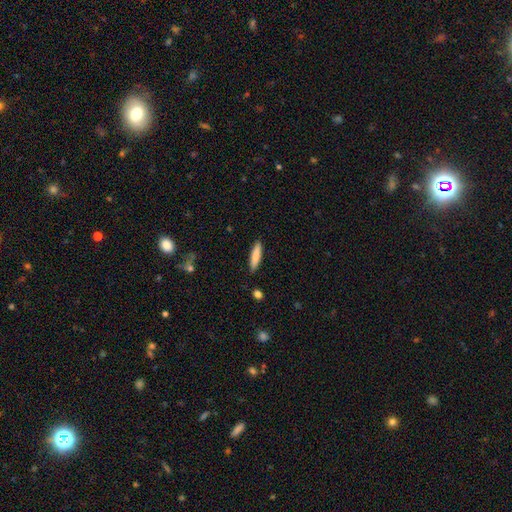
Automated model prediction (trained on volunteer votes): Q: Smooth or featured?
A: smooth (82%); runner-up: featured or disk (12%)
Q: How rounded?
A: cigar-shaped (81%); runner-up: in between (18%)
Q: Merging?
A: none (89%); runner-up: minor disturbance (8%)